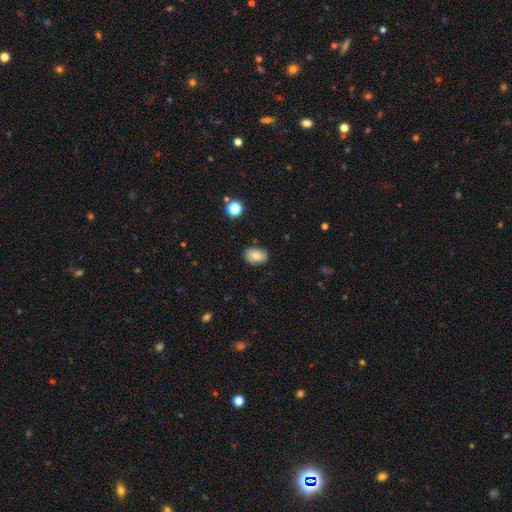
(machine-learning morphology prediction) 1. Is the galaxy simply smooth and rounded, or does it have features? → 75% smooth, 15% featured or disk, 9% star or artifact.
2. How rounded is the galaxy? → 84% in between, 15% round, 1% cigar-shaped.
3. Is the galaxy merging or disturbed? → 79% none, 16% minor disturbance, 3% major disturbance, 2% merger.